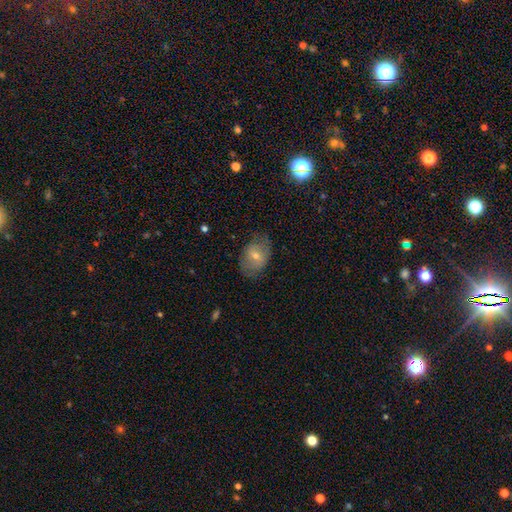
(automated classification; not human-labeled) Morphology: type=smooth (49%); merging=none (72%).